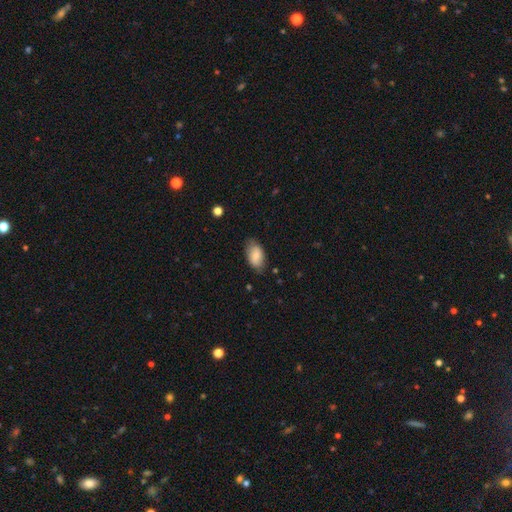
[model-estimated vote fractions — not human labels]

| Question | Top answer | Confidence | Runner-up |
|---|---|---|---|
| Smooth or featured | smooth | 79% | featured or disk (14%) |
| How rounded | in between | 93% | round (5%) |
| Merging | none | 75% | minor disturbance (20%) |